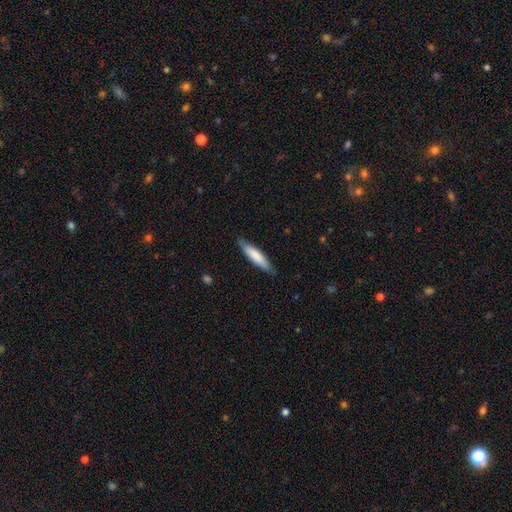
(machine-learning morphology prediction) smooth-or-featured: smooth: 76% | featured or disk: 19% | star or artifact: 5%
  how-rounded: cigar-shaped: 81% | in between: 18% | round: 1%
  merging: none: 84% | minor disturbance: 13% | major disturbance: 2% | merger: 1%